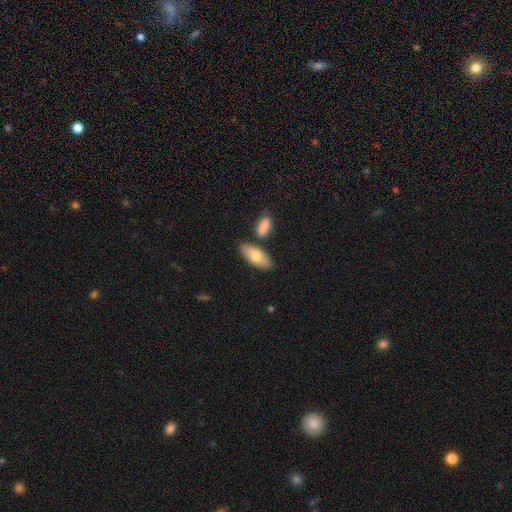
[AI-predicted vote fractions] smooth 76%, featured or disk 18%, star or artifact 5%. Down the decision tree: how rounded — in between (86%); merging — none (75%).